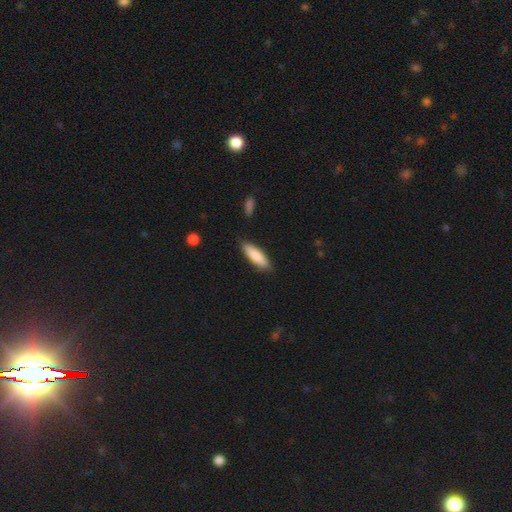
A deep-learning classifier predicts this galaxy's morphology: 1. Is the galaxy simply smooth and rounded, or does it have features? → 84% smooth, 11% featured or disk, 5% star or artifact.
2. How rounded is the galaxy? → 56% cigar-shaped, 43% in between, 1% round.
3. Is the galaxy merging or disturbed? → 85% none, 11% minor disturbance, 2% major disturbance, 2% merger.